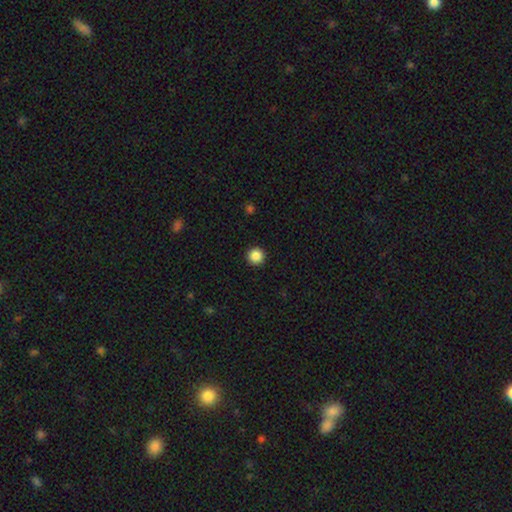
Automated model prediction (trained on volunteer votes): smooth_or_featured: smooth (p=0.87) [alt: star or artifact p=0.10]
how_rounded: round (p=0.96) [alt: in between p=0.03]
merging: none (p=0.93) [alt: minor disturbance p=0.04]